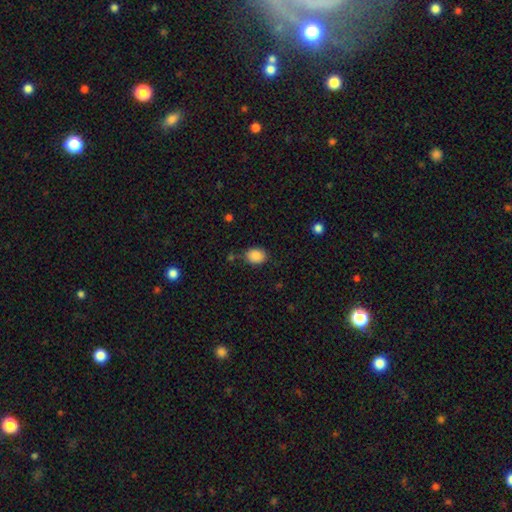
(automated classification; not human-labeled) Overall: smooth (88%). How rounded: in between (61%; round 38%). Merging: none (77%).